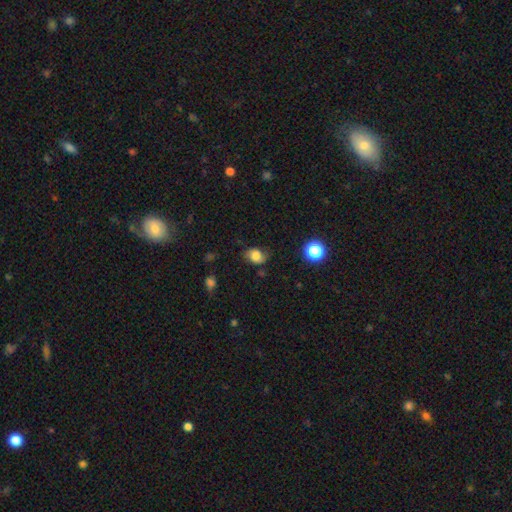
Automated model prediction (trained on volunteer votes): The model was most divided on "how rounded": in between: 60%, round: 39%, cigar-shaped: 1%. More confident: smooth or featured — smooth (68%); merging — none (63%).